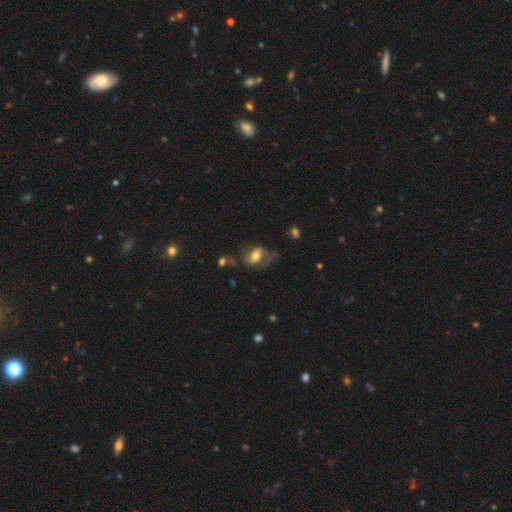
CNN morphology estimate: Smooth or featured? Predicted: smooth (p=0.46). Merging? Predicted: none (p=0.42).